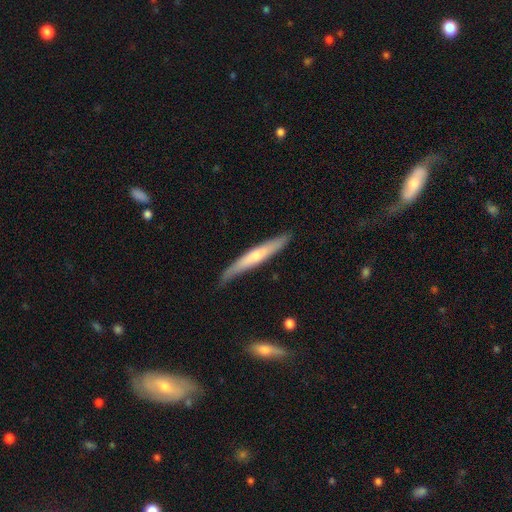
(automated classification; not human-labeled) A featured or disk galaxy (51%) viewed edge-on (91%).

Vote fractions:
- Smooth or featured? featured or disk: 51% / smooth: 44% / star or artifact: 5%
- Edge-on disk? yes: 91% / no: 9%
- Merging? none: 81% / minor disturbance: 14% / major disturbance: 2% / merger: 2%